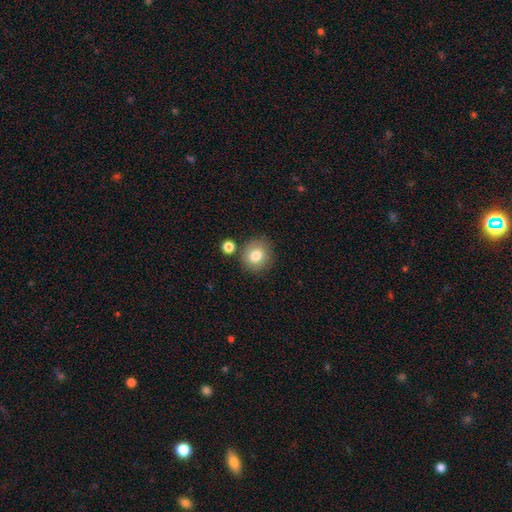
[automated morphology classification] A smooth galaxy with no disk features (80%) that is round (87%).

Vote fractions:
- Smooth or featured? smooth: 80% / featured or disk: 10% / star or artifact: 9%
- How rounded? round: 87% / in between: 12% / cigar-shaped: 1%
- Merging? none: 78% / minor disturbance: 11% / merger: 8% / major disturbance: 3%